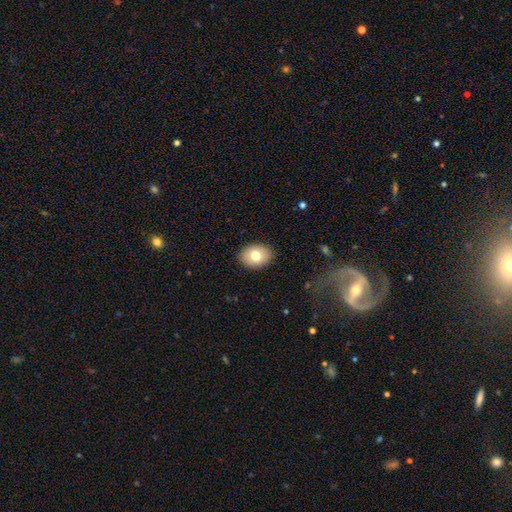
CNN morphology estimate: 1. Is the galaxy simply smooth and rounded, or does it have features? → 76% smooth, 16% featured or disk, 8% star or artifact.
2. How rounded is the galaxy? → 61% in between, 38% round, 1% cigar-shaped.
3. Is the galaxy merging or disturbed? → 88% none, 9% minor disturbance, 2% major disturbance, 1% merger.